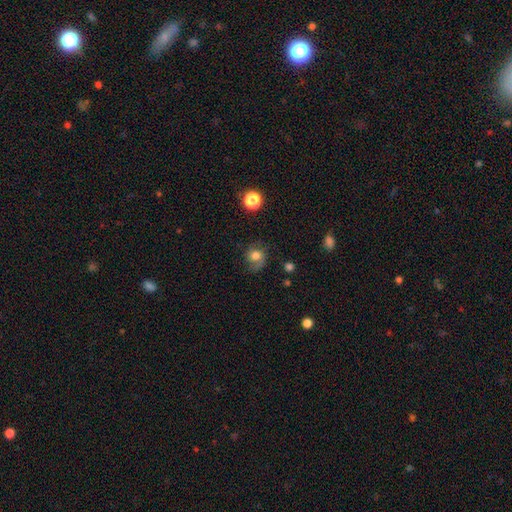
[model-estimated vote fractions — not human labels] Smooth or featured? Predicted: smooth (p=0.65). How rounded? Predicted: round (p=0.74). Merging? Predicted: none (p=0.59).